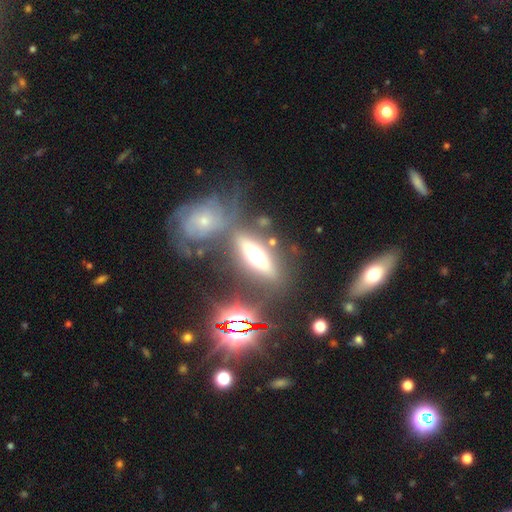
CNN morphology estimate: The model was most divided on "smooth or featured": featured or disk: 44%, smooth: 38%, star or artifact: 18%. More confident: merging — none (57%).